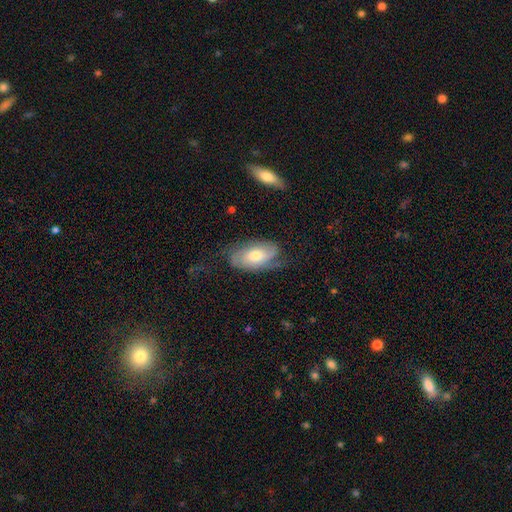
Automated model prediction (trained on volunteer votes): A featured or disk galaxy (63%) with no bar (69%), 2 (66%) medium (38%) spiral arms (89%) and a moderate central bulge (68%). Merging: none (60%).